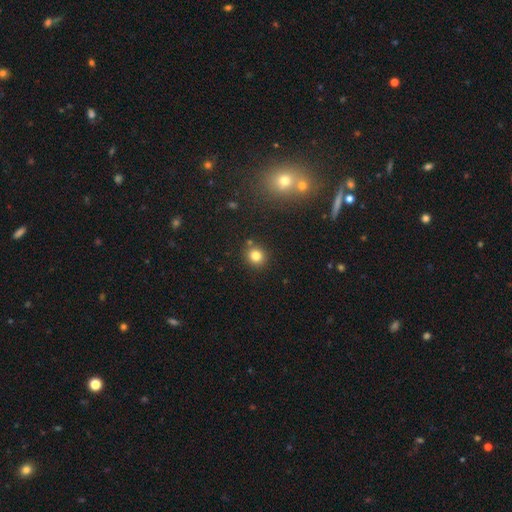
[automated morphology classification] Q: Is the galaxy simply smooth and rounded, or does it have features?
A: smooth — 81%.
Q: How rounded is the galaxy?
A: round — 86%.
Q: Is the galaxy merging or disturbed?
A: none — 84%.